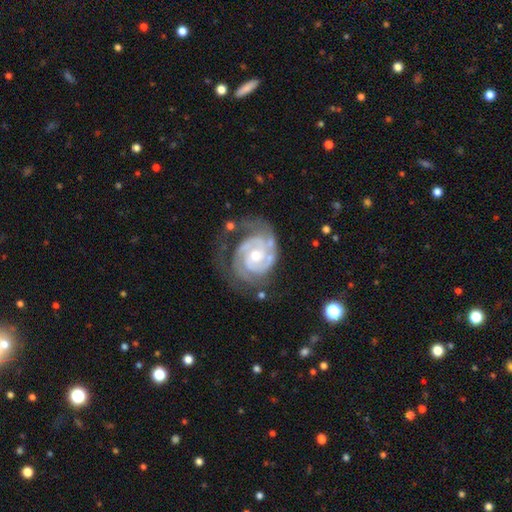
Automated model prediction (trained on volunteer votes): Morphology: type=featured or disk (92%); edge-on=no (98%); bar=no (63%); spiral arms=yes (98%); winding=tight (72%); arm count=2 (58%); bulge=moderate (53%); merging=none (59%).